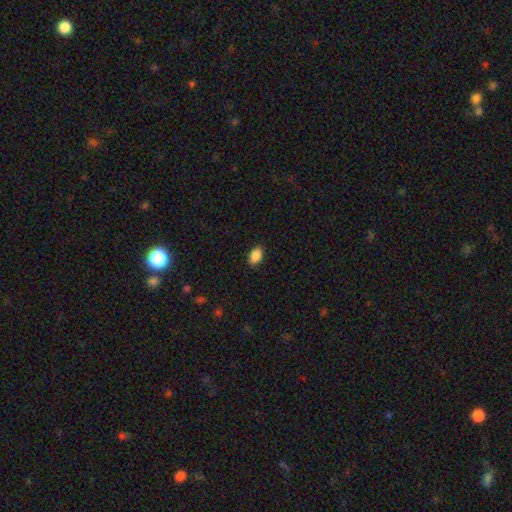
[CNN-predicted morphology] This is clearly a smooth galaxy (88%). How rounded: clearly in between (88%). Merging: clearly none (88%).